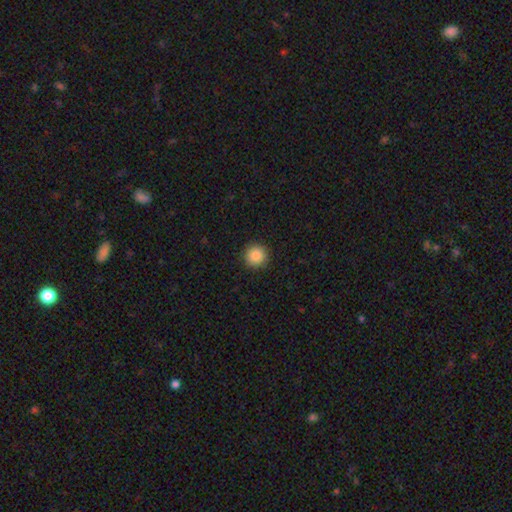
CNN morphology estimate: A smooth galaxy with no disk features (87%) that is round (96%).

Vote fractions:
- Smooth or featured? smooth: 87% / star or artifact: 9% / featured or disk: 3%
- How rounded? round: 96% / in between: 4% / cigar-shaped: 1%
- Merging? none: 93% / minor disturbance: 5% / major disturbance: 2% / merger: 1%